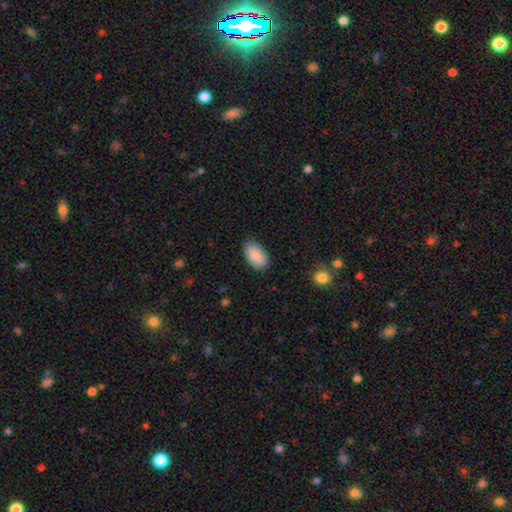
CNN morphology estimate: This is clearly a smooth galaxy (88%). How rounded: clearly in between (95%). Merging: clearly none (83%).